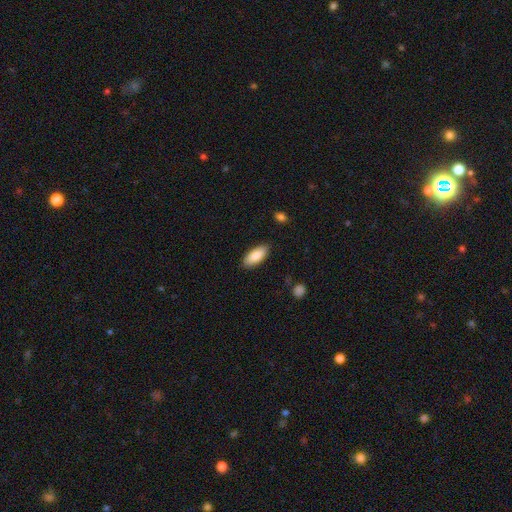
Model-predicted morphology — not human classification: smooth 85%, featured or disk 9%, star or artifact 6%. Down the decision tree: how rounded — in between (83%); merging — none (87%).